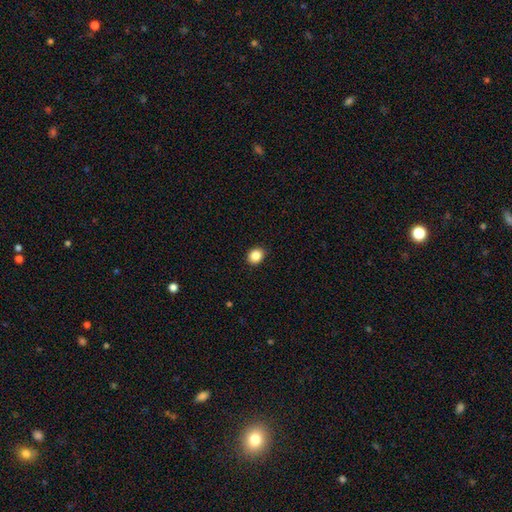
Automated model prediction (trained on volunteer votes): This appears to be a smooth galaxy with no disk features (86%) that is round (55%). Merging: none (91%).